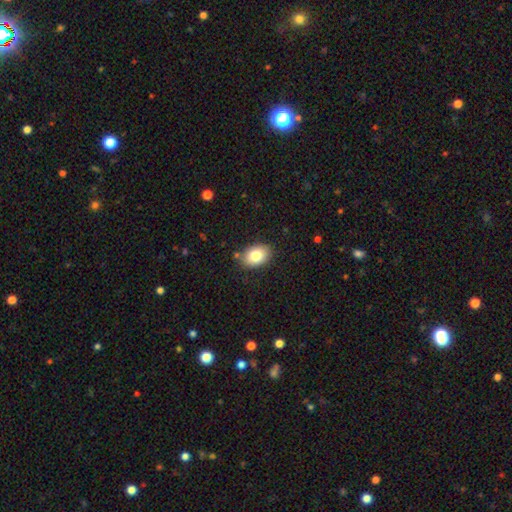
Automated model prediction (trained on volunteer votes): A smooth galaxy with no disk features (81%) that is in between round and cigar-shaped (81%).

Vote fractions:
- Smooth or featured? smooth: 81% / featured or disk: 11% / star or artifact: 8%
- How rounded? in between: 81% / round: 18% / cigar-shaped: 1%
- Merging? none: 84% / minor disturbance: 11% / major disturbance: 3% / merger: 2%